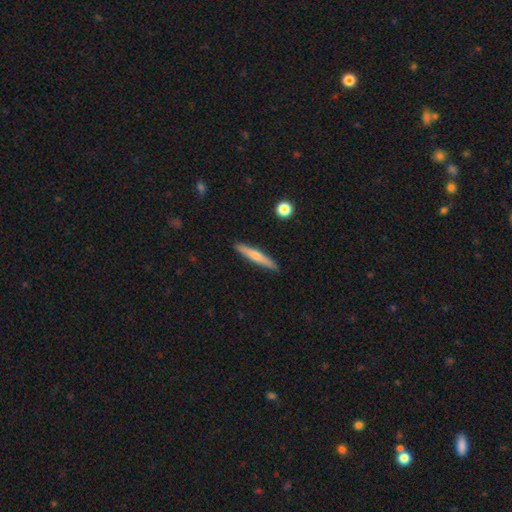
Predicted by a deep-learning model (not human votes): This appears to be a smooth galaxy with no disk features (58%) that is cigar-shaped (94%). Merging: none (90%).